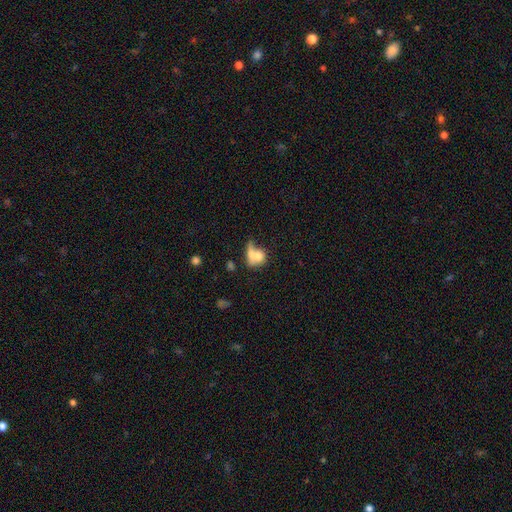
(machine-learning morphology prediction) Overall: smooth (67%). How rounded: round (53%; in between 43%). Merging: merger (57%; none 23%).